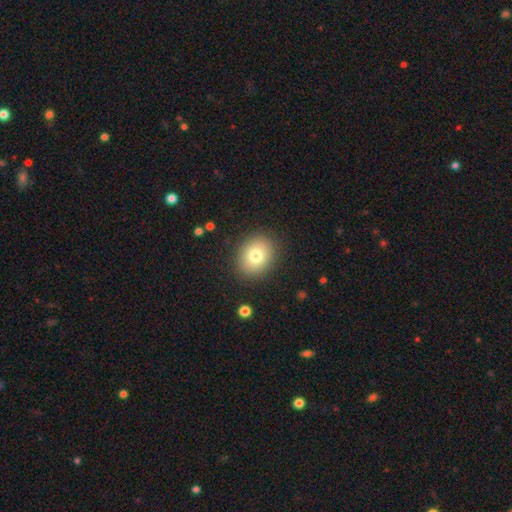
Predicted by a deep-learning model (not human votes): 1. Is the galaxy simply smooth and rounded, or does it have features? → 78% smooth, 12% featured or disk, 10% star or artifact.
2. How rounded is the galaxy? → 53% round, 46% in between, 1% cigar-shaped.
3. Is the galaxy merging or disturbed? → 88% none, 8% minor disturbance, 3% major disturbance, 1% merger.